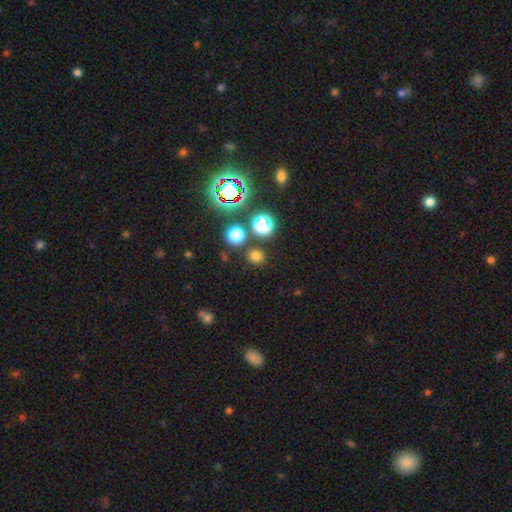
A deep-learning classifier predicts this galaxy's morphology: A smooth galaxy with no disk features (69%) that is round (84%).

Vote fractions:
- Smooth or featured? smooth: 69% / star or artifact: 25% / featured or disk: 6%
- How rounded? round: 84% / in between: 14% / cigar-shaped: 1%
- Merging? none: 83% / merger: 7% / minor disturbance: 7% / major disturbance: 3%